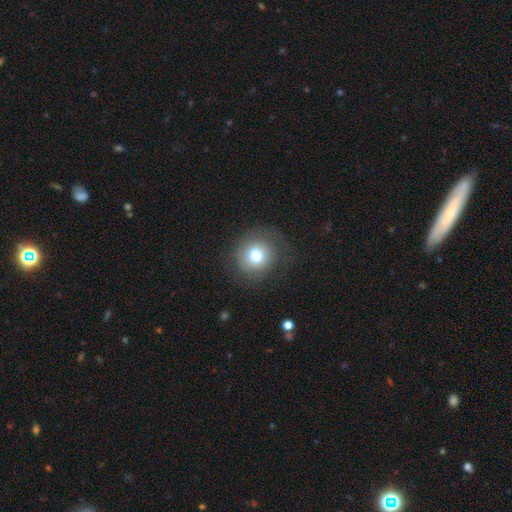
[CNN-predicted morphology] Smooth or featured? smooth (74%)
How rounded? round (84%)
Merging? none (77%)